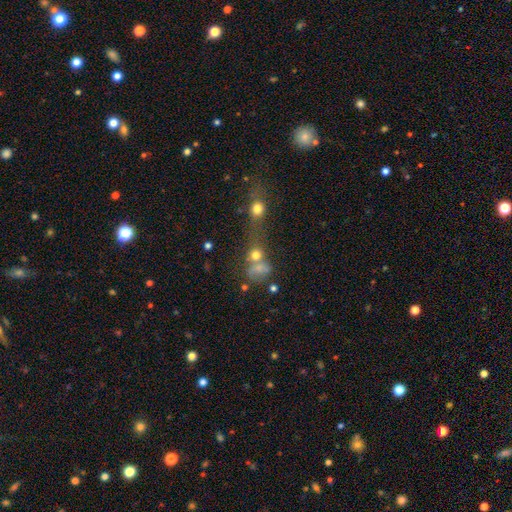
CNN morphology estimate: smooth-or-featured: smooth: 67% | star or artifact: 18% | featured or disk: 15%
  how-rounded: round: 62% | in between: 35% | cigar-shaped: 3%
  merging: merger: 49% | none: 29% | major disturbance: 12% | minor disturbance: 10%